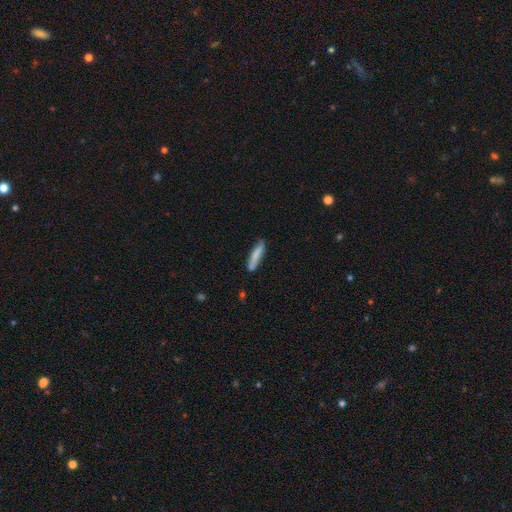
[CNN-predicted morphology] The model was most divided on "merging": none: 75%, minor disturbance: 18%, merger: 4%, major disturbance: 3%. More confident: how rounded — cigar-shaped (86%); smooth or featured — smooth (77%).